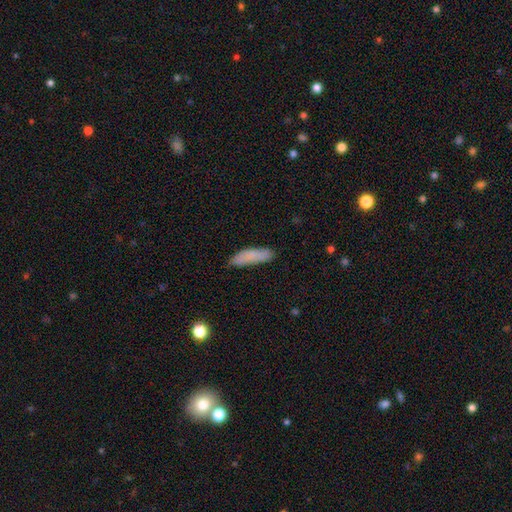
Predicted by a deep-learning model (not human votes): smooth 83%, featured or disk 10%, star or artifact 7%. Down the decision tree: how rounded — cigar-shaped (61%); merging — none (78%).